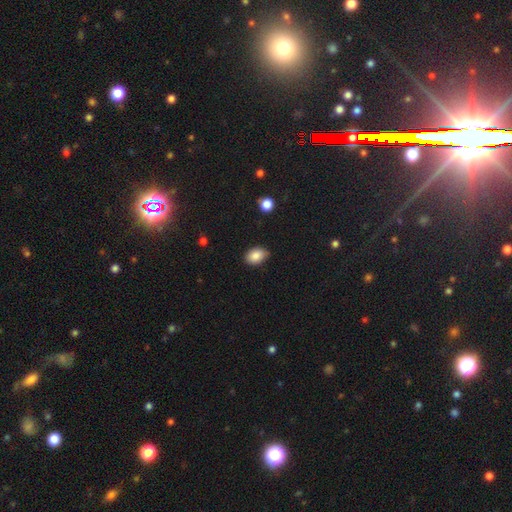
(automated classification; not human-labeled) Smooth or featured? smooth (87%)
How rounded? in between (84%)
Merging? none (81%)